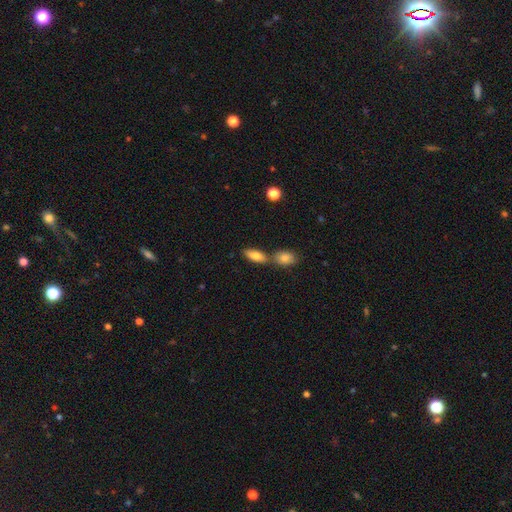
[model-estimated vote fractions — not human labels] Smooth or featured?
  - smooth: 80% *
  - featured or disk: 13%
  - star or artifact: 7%
How rounded?
  - in between: 77% *
  - cigar-shaped: 20%
  - round: 3%
Merging?
  - none: 52% *
  - merger: 36%
  - minor disturbance: 9%
  - major disturbance: 3%